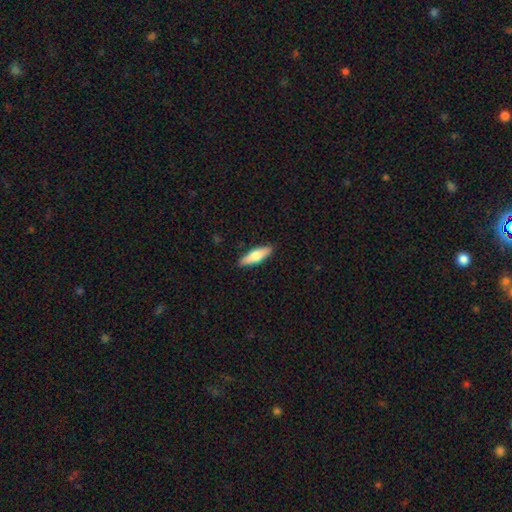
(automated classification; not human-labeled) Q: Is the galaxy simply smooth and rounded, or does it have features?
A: smooth — 68%.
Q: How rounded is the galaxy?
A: cigar-shaped — 53%.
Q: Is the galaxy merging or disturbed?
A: none — 89%.